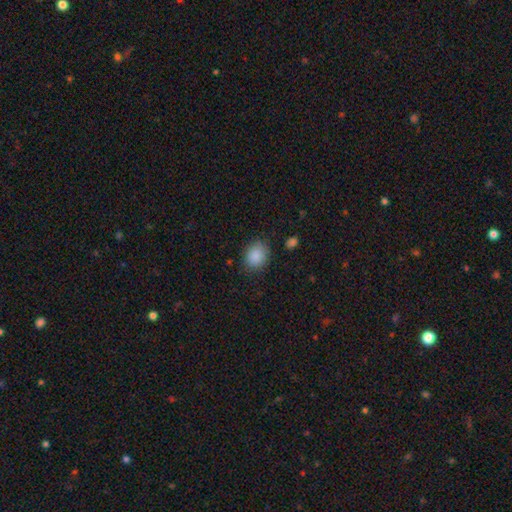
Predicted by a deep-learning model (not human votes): Smooth or featured? smooth (87%)
How rounded? round (58%)
Merging? none (82%)